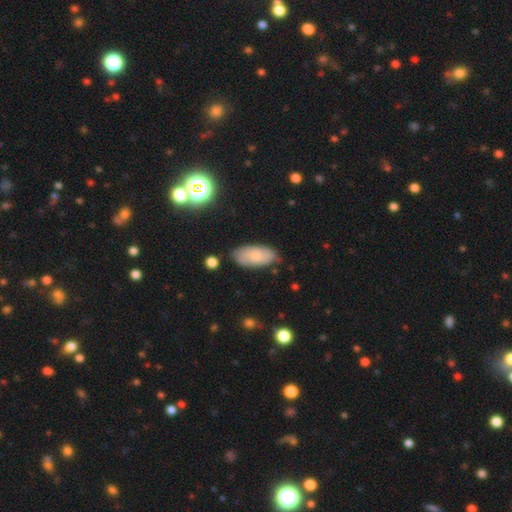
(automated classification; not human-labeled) Overall: smooth (73%). How rounded: in between (92%). Merging: none (78%).